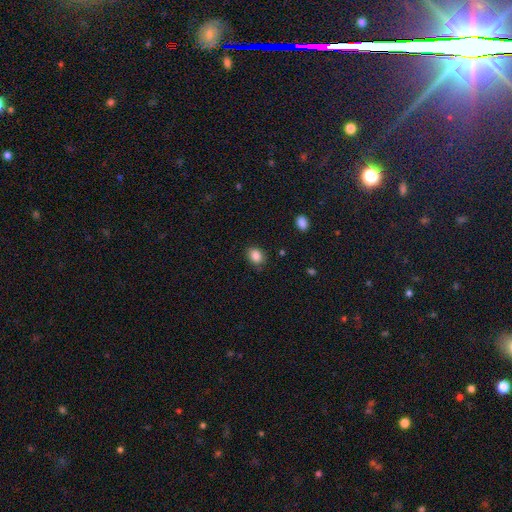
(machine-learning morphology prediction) The model was most divided on "how rounded": in between: 58%, round: 41%, cigar-shaped: 1%. More confident: smooth or featured — smooth (86%); merging — none (81%).